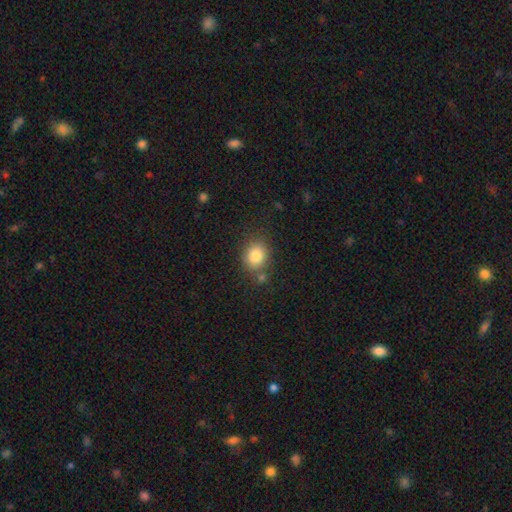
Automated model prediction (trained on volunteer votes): A smooth galaxy with no disk features (84%) that is round (61%). Merging: none (74%).